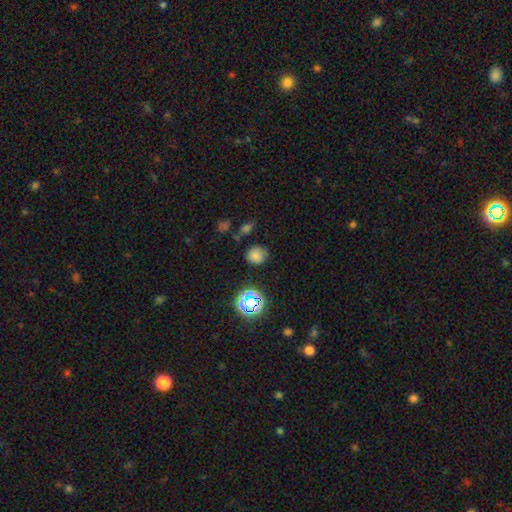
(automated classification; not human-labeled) Smooth or featured: smooth — 73% (star or artifact — 19%)
How rounded: round — 74% (in between — 25%)
Merging: none — 75% (minor disturbance — 17%)